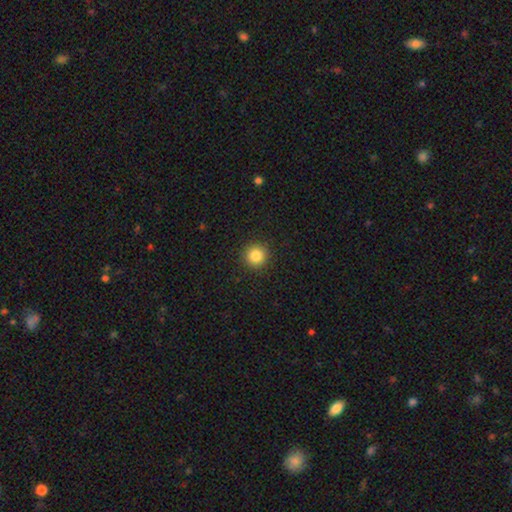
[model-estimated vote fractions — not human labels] Q: Smooth or featured?
A: smooth (84%); runner-up: star or artifact (11%)
Q: How rounded?
A: round (94%); runner-up: in between (5%)
Q: Merging?
A: none (92%); runner-up: minor disturbance (5%)